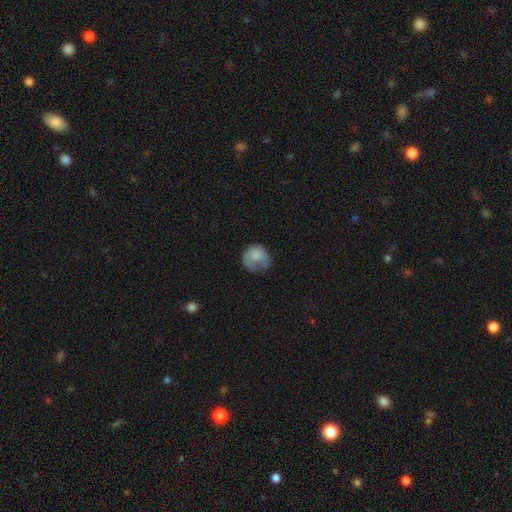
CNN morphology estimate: Smooth or featured?
  - smooth: 72% *
  - featured or disk: 20%
  - star or artifact: 8%
How rounded?
  - round: 77% *
  - in between: 22%
  - cigar-shaped: 1%
Merging?
  - none: 42% *
  - minor disturbance: 32%
  - major disturbance: 23%
  - merger: 2%